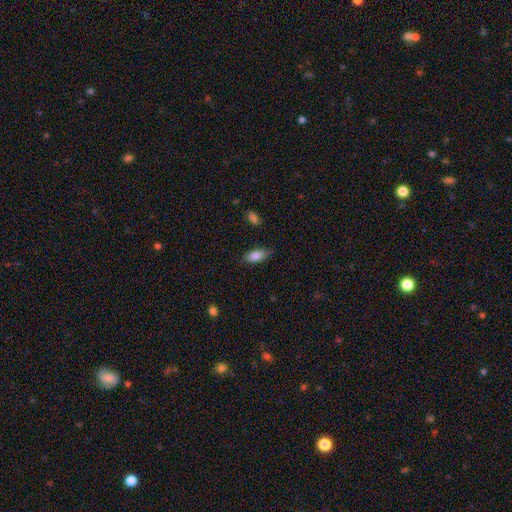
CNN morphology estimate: A smooth galaxy with no disk features (85%) that is in between round and cigar-shaped (85%). Merging: none (78%).